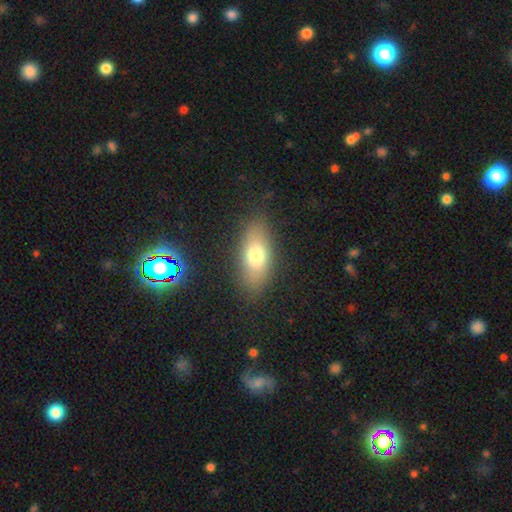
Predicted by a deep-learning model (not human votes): A smooth galaxy with no disk features (71%) that is in between round and cigar-shaped (79%). Merging: none (84%).